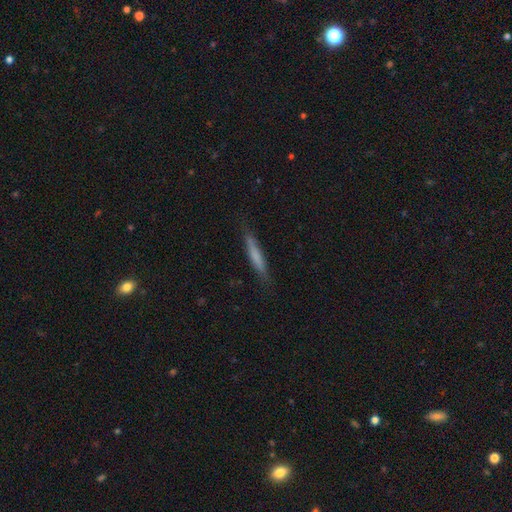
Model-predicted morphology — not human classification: smooth-or-featured: smooth: 66% | featured or disk: 28% | star or artifact: 6%
  how-rounded: cigar-shaped: 93% | in between: 5% | round: 1%
  merging: none: 82% | minor disturbance: 14% | major disturbance: 3% | merger: 1%